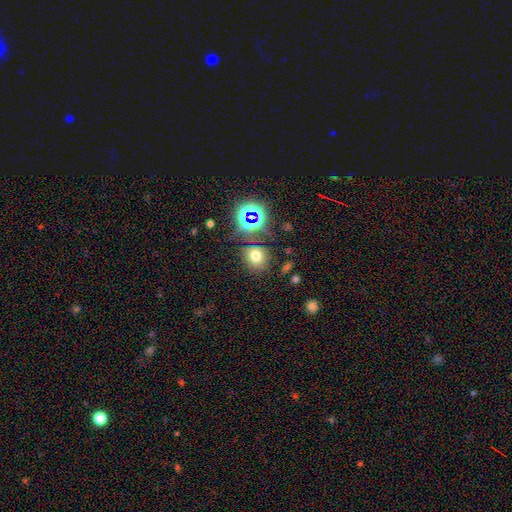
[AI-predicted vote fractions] Smooth or featured: smooth — 64% (star or artifact — 26%)
How rounded: round — 77% (in between — 22%)
Merging: none — 78% (minor disturbance — 12%)